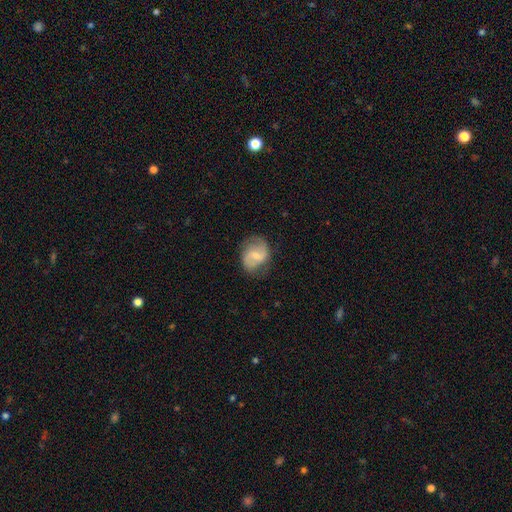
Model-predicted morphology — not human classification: A featured or disk galaxy (64%) with a weak bar (53%), 2 (86%) medium (44%) spiral arms (90%) and a small central bulge (55%).

Vote fractions:
- Smooth or featured? featured or disk: 64% / smooth: 30% / star or artifact: 7%
- Edge-on disk? no: 98% / yes: 2%
- Bar? weak: 53% / no: 31% / strong: 16%
- Spiral arms? yes: 90% / no: 10%
- Spiral winding? medium: 44% / loose: 41% / tight: 15%
- Spiral arm count? 2: 86% / can't tell: 7% / 1: 3% / 3: 1% / 4: 1% / more than 4: 1%
- Bulge size? small: 55% / moderate: 35% / none: 7% / large: 2% / dominant: 1%
- Merging? none: 70% / minor disturbance: 21% / major disturbance: 8% / merger: 1%